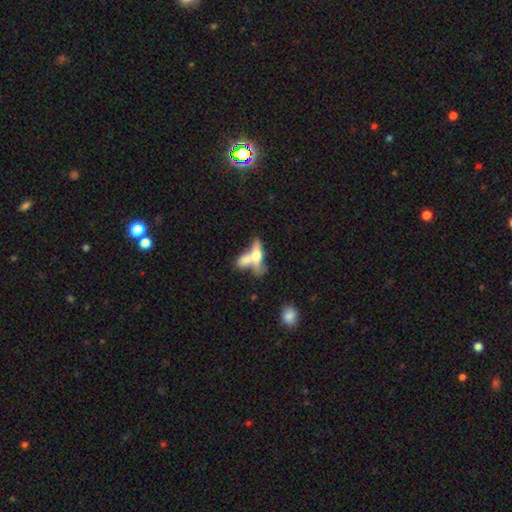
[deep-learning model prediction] This is possibly a smooth galaxy (49%). Merging: possibly merger (58%).